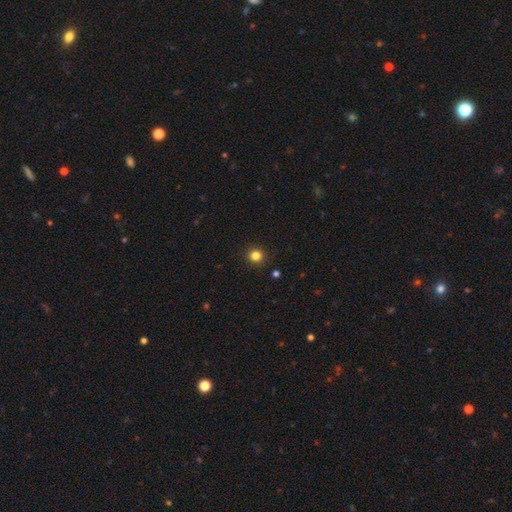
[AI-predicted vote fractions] Overall: smooth (83%). How rounded: round (92%). Merging: none (92%).